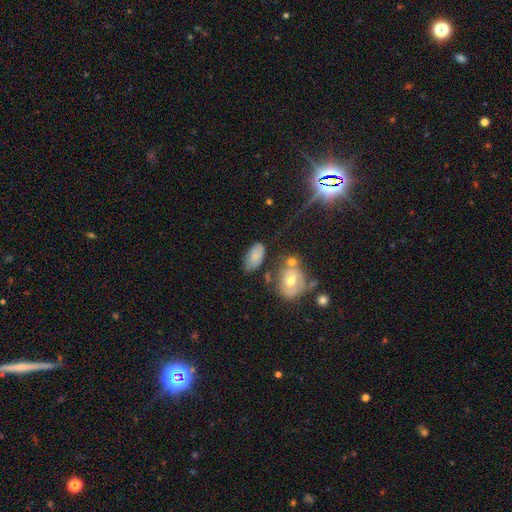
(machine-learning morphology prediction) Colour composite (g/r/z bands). It shows a smooth galaxy with no disk features (76%) that is in between round and cigar-shaped (92%). Merging: none (57%).